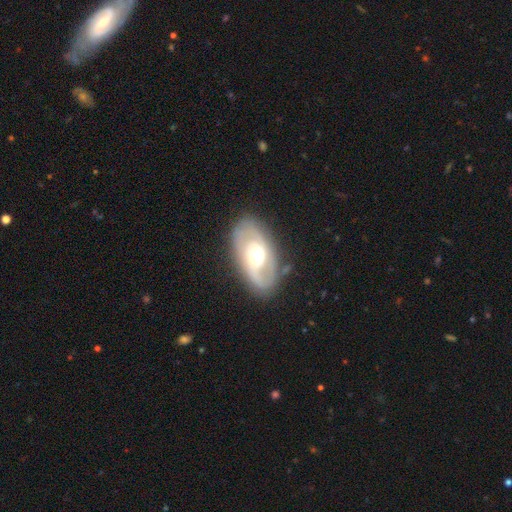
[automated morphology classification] A featured or disk galaxy (71%) with no bar (50%), spiral arms (74%) and a moderate central bulge (69%).

Vote fractions:
- Smooth or featured? featured or disk: 71% / smooth: 23% / star or artifact: 6%
- Edge-on disk? no: 93% / yes: 7%
- Bar? no: 50% / weak: 36% / strong: 14%
- Spiral arms? yes: 74% / no: 26%
- Bulge size? moderate: 69% / large: 18% / small: 10% / dominant: 2% / none: 1%
- Merging? none: 80% / minor disturbance: 13% / major disturbance: 5% / merger: 2%